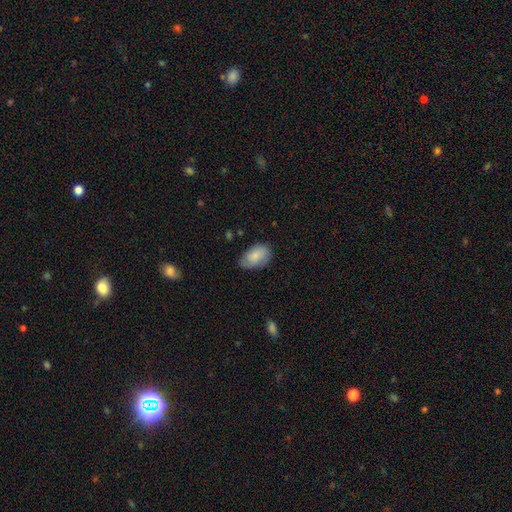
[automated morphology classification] Smooth or featured? smooth (80%)
How rounded? in between (92%)
Merging? none (69%)